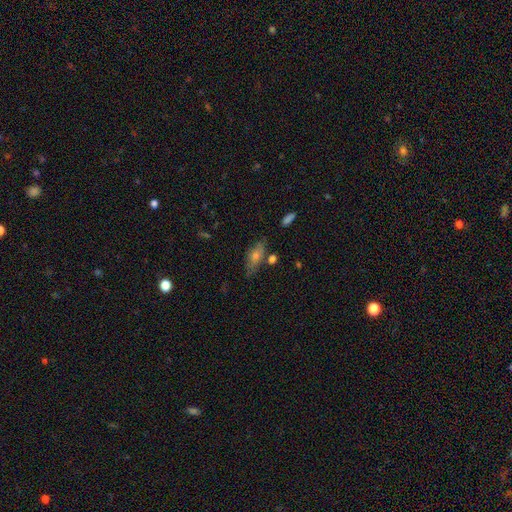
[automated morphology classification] The model was most divided on "smooth or featured": smooth: 48%, featured or disk: 37%, star or artifact: 15%. More confident: merging — none (71%).